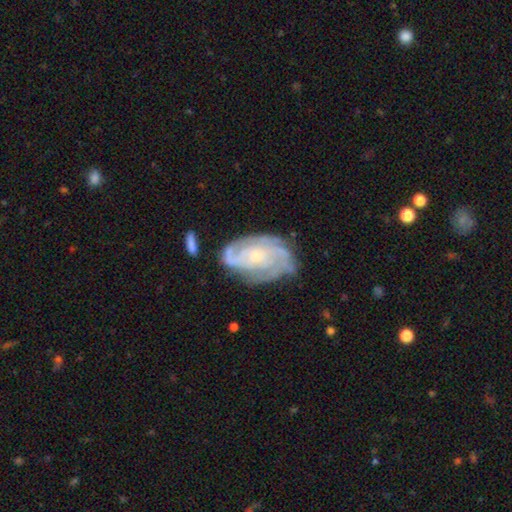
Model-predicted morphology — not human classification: A featured or disk galaxy (83%) with no bar (68%), tight (59%) spiral arms (94%) and a small central bulge (67%). Merging: none (66%).